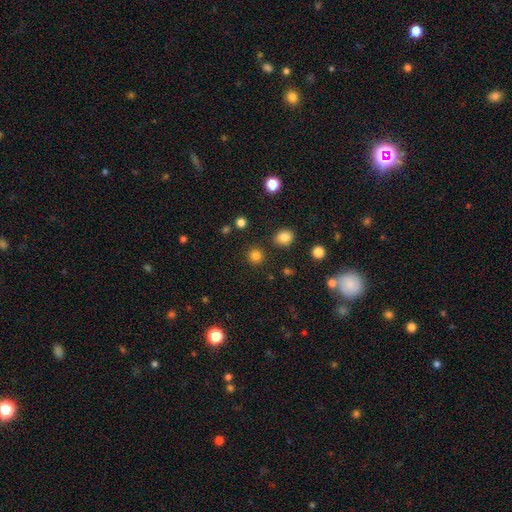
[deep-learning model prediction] Smooth or featured? Predicted: smooth (p=0.81). How rounded? Predicted: round (p=0.92). Merging? Predicted: none (p=0.89).